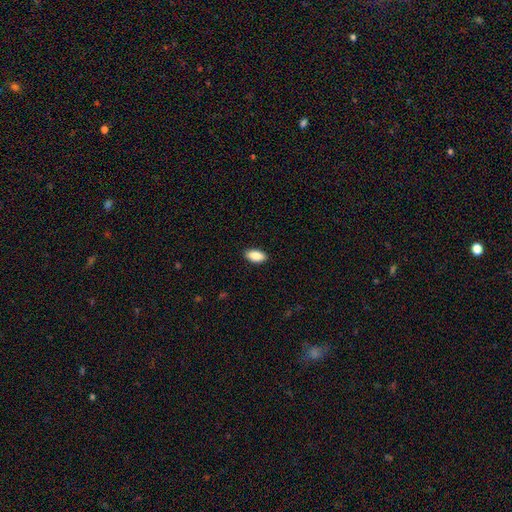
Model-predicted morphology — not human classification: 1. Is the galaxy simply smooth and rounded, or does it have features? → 89% smooth, 6% star or artifact, 4% featured or disk.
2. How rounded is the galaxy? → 93% in between, 5% cigar-shaped, 3% round.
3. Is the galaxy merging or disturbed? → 90% none, 8% minor disturbance, 2% major disturbance, 1% merger.